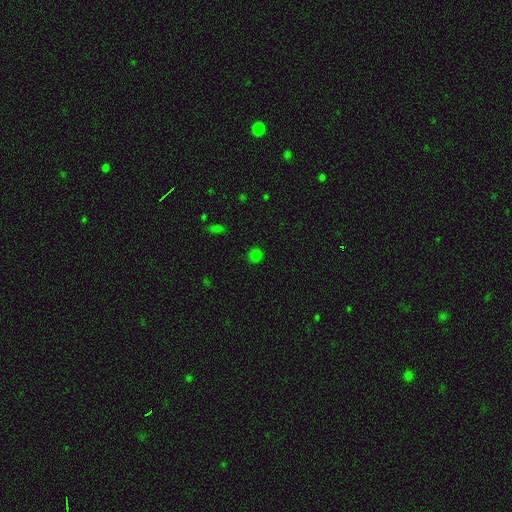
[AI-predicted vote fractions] A smooth galaxy with no disk features (79%) that is round (90%).

Vote fractions:
- Smooth or featured? smooth: 79% / star or artifact: 17% / featured or disk: 4%
- How rounded? round: 90% / in between: 9% / cigar-shaped: 1%
- Merging? none: 89% / minor disturbance: 7% / major disturbance: 2% / merger: 1%